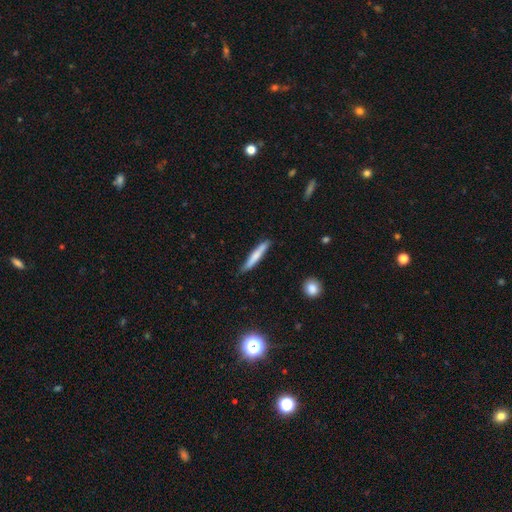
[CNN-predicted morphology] Smooth or featured: smooth — 70% (featured or disk — 25%)
How rounded: cigar-shaped — 93% (in between — 5%)
Merging: none — 82% (minor disturbance — 15%)